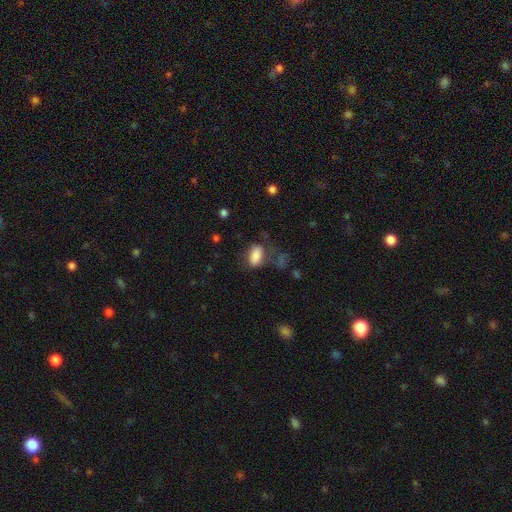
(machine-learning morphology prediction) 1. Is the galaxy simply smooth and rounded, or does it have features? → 82% smooth, 10% featured or disk, 8% star or artifact.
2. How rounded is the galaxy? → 91% in between, 7% round, 2% cigar-shaped.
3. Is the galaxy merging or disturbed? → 53% none, 23% minor disturbance, 18% major disturbance, 6% merger.